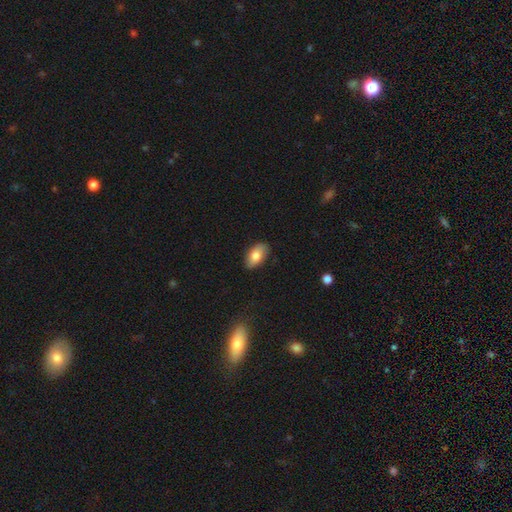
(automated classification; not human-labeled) This is likely a smooth galaxy (77%). How rounded: clearly in between (93%). Merging: clearly none (83%).